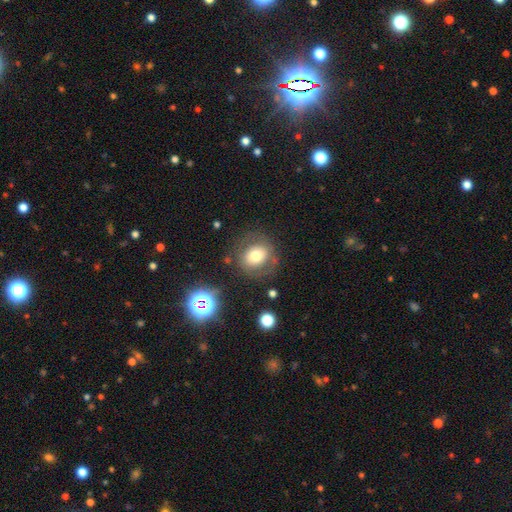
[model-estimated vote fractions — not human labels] This appears to be a smooth galaxy with no disk features (63%) that is round (74%). Merging: none (74%).